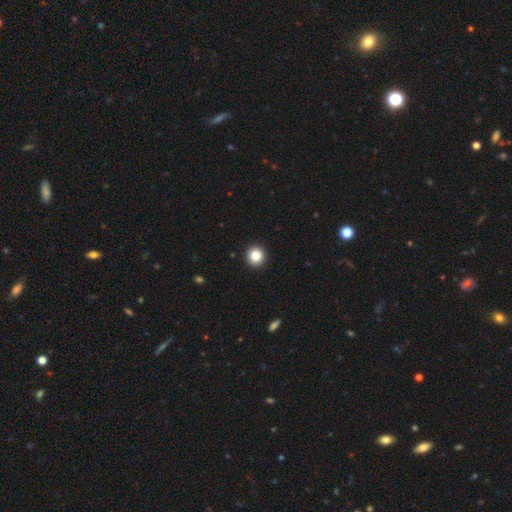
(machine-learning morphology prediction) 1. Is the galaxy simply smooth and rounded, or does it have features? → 84% smooth, 10% star or artifact, 6% featured or disk.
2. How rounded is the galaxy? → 94% round, 5% in between, 1% cigar-shaped.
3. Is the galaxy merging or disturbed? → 94% none, 4% minor disturbance, 1% major disturbance, 1% merger.